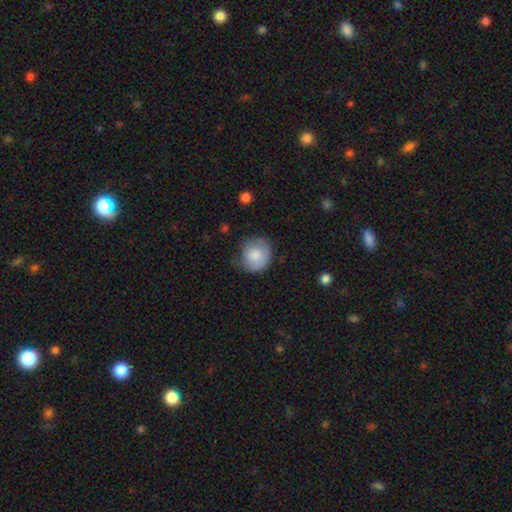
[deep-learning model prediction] Smooth or featured? smooth (82%)
How rounded? round (86%)
Merging? none (65%)